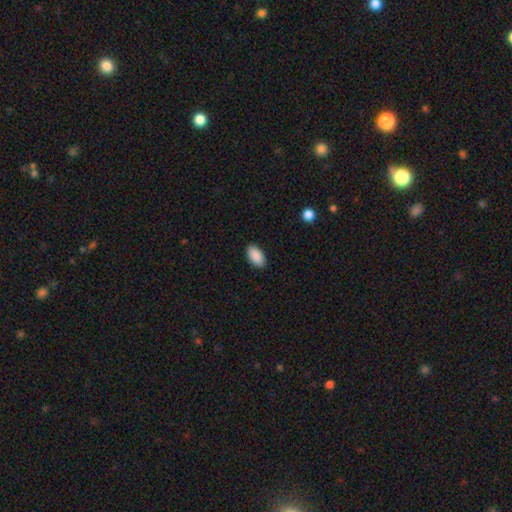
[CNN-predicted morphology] type=smooth (91%); roundness=in between (95%); merging=none (90%).